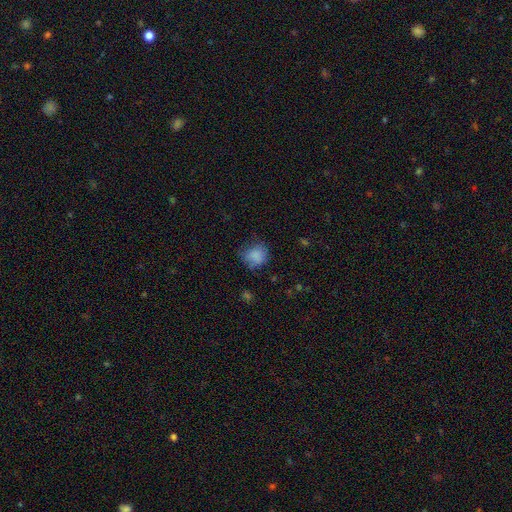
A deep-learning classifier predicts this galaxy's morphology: Overall: smooth (81%). How rounded: round (72%). Merging: none (59%; minor disturbance 28%).